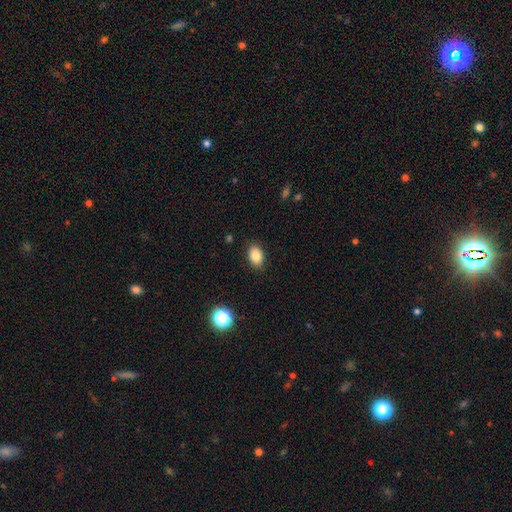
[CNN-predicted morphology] smooth 83%, star or artifact 10%, featured or disk 8%. Down the decision tree: how rounded — in between (82%); merging — none (87%).